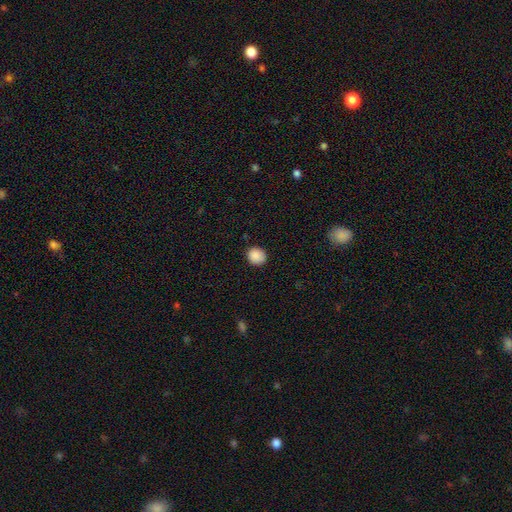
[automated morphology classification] Smooth or featured? Predicted: smooth (p=0.89). How rounded? Predicted: round (p=0.80). Merging? Predicted: none (p=0.88).